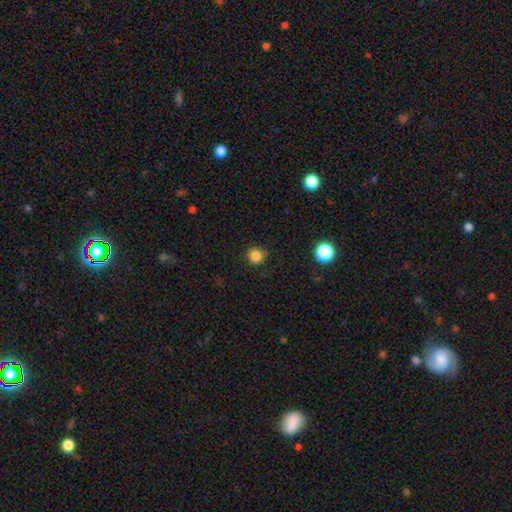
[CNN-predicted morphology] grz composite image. It shows a smooth galaxy with no disk features (84%) that is round (94%). Merging: none (87%).